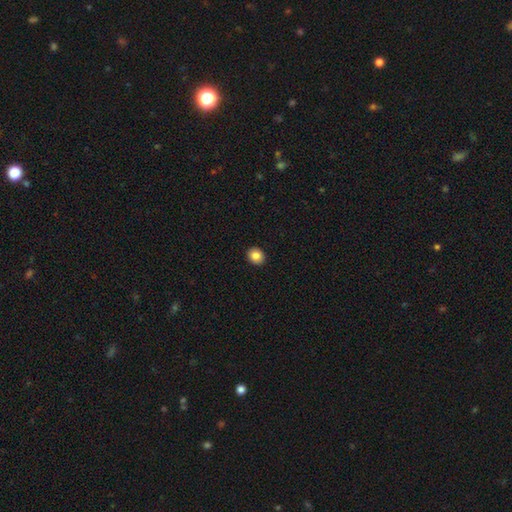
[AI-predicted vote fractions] This is clearly a smooth galaxy (85%). How rounded: likely round (72%). Merging: clearly none (93%).